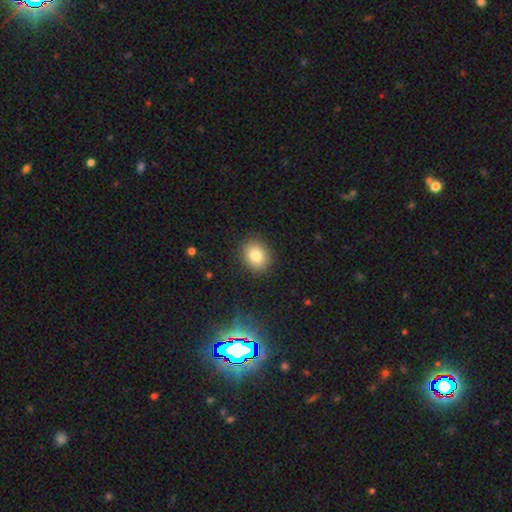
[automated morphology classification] This is clearly a smooth galaxy (81%). How rounded: possibly round (55%). Merging: clearly none (88%).